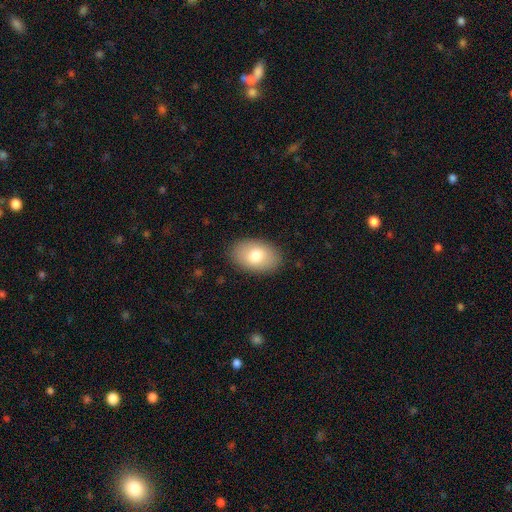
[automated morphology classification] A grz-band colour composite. It shows a smooth galaxy with no disk features (77%) that is in between round and cigar-shaped (88%). Merging: none (87%).